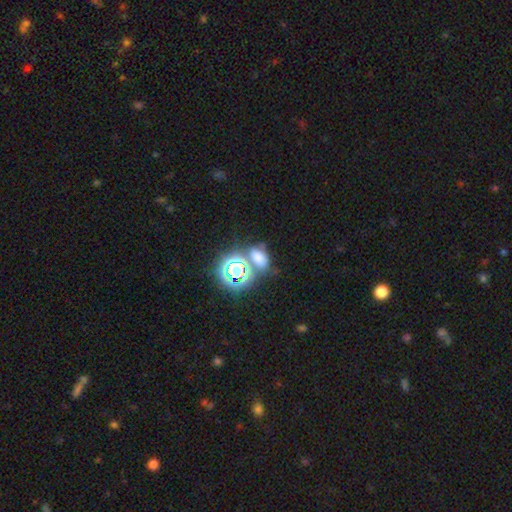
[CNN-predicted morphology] Smooth or featured: smooth — 52% (star or artifact — 37%)
How rounded: in between — 72% (round — 25%)
Merging: none — 51% (merger — 30%)